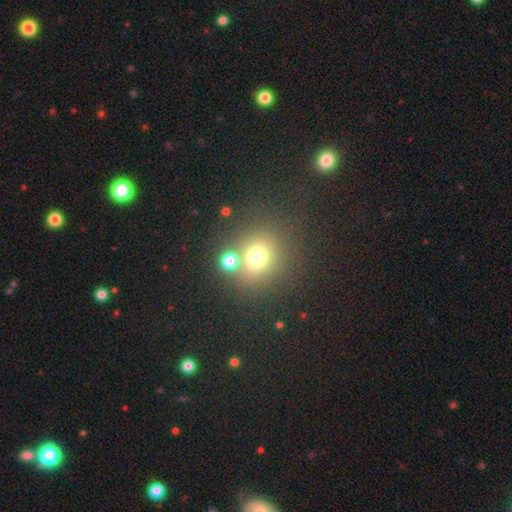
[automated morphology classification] Smooth or featured?
  - smooth: 70% *
  - star or artifact: 19%
  - featured or disk: 11%
How rounded?
  - round: 82% *
  - in between: 17%
  - cigar-shaped: 1%
Merging?
  - none: 62% *
  - merger: 24%
  - minor disturbance: 9%
  - major disturbance: 5%